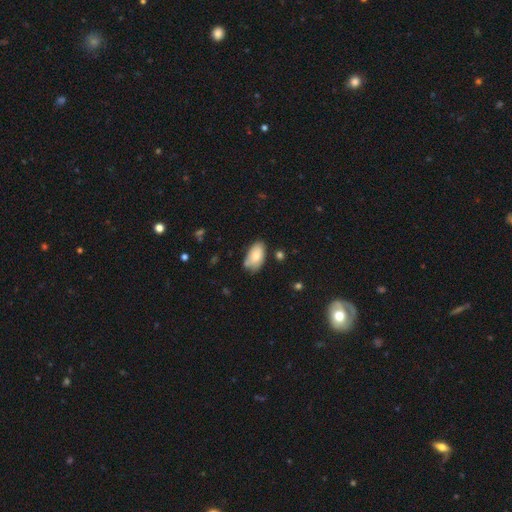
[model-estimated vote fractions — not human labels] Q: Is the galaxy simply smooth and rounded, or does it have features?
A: smooth — 77%.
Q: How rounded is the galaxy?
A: in between — 94%.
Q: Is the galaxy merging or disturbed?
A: none — 62%.